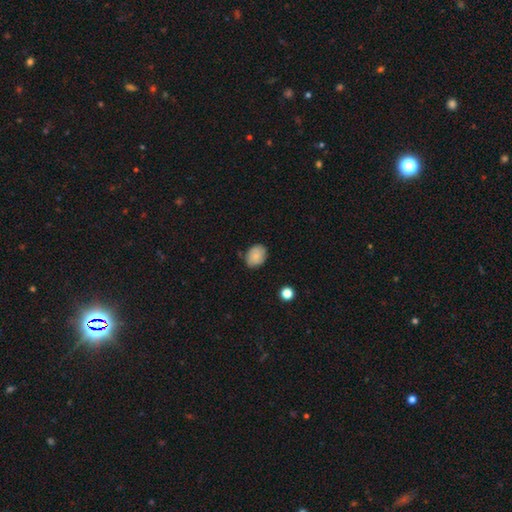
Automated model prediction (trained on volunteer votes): Overall: smooth (76%). How rounded: in between (59%; round 41%). Merging: none (77%).